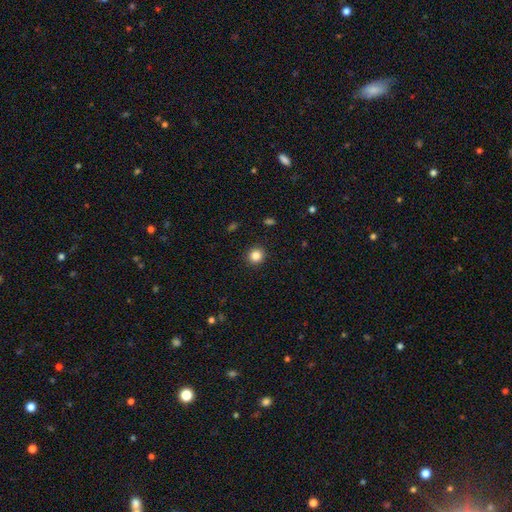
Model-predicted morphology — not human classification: The model was most divided on "smooth or featured": smooth: 85%, star or artifact: 11%, featured or disk: 4%. More confident: merging — none (92%); how rounded — round (90%).